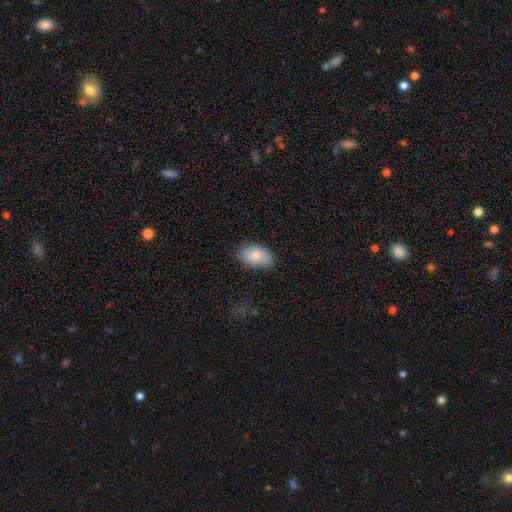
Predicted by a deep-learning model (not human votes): Q: Smooth or featured?
A: smooth (83%); runner-up: featured or disk (10%)
Q: How rounded?
A: in between (92%); runner-up: round (7%)
Q: Merging?
A: none (73%); runner-up: minor disturbance (21%)